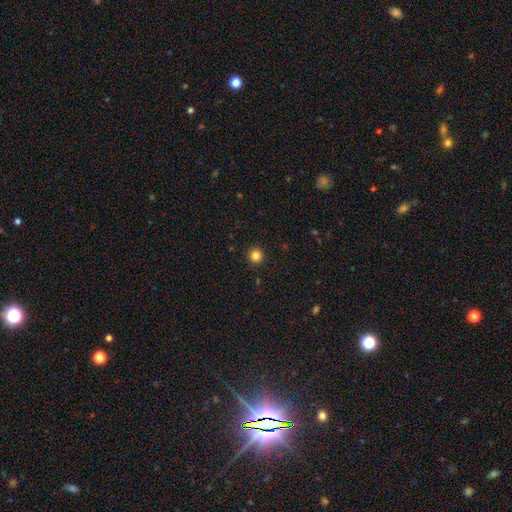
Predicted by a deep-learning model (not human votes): Smooth or featured? smooth (84%)
How rounded? round (94%)
Merging? none (93%)